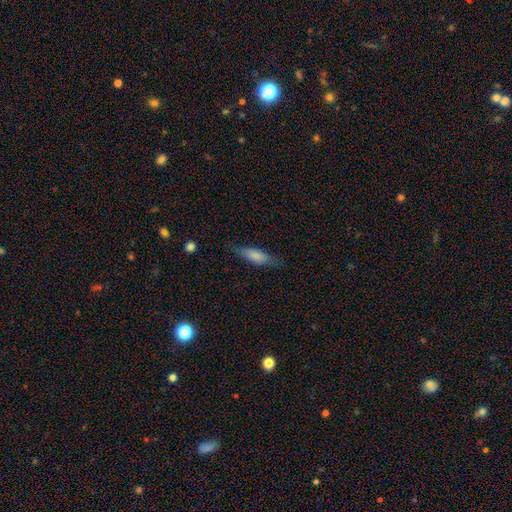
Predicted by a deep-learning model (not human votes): Overall: smooth (76%). How rounded: cigar-shaped (49%, tied with in between). Merging: none (76%).